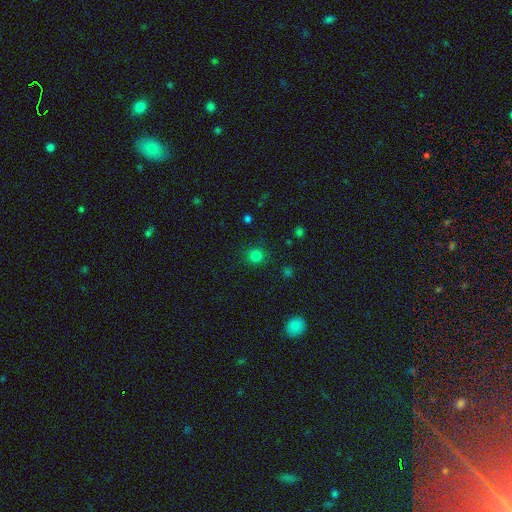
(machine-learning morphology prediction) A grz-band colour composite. It shows a smooth galaxy with no disk features (80%) that is round (93%). Merging: none (87%).